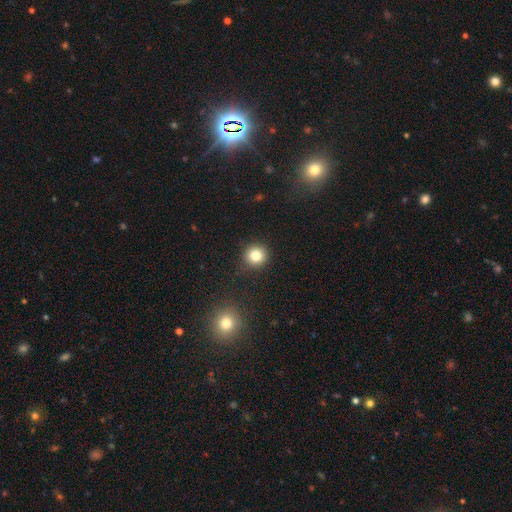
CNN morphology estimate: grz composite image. It shows a smooth galaxy with no disk features (81%) that is round (93%). Merging: none (90%).